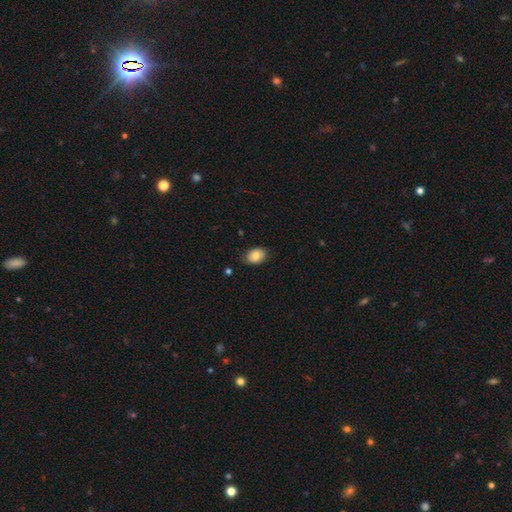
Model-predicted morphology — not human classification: Smooth or featured?
  - smooth: 81% *
  - featured or disk: 11%
  - star or artifact: 8%
How rounded?
  - in between: 77% *
  - round: 22%
  - cigar-shaped: 1%
Merging?
  - none: 81% *
  - minor disturbance: 15%
  - major disturbance: 3%
  - merger: 1%